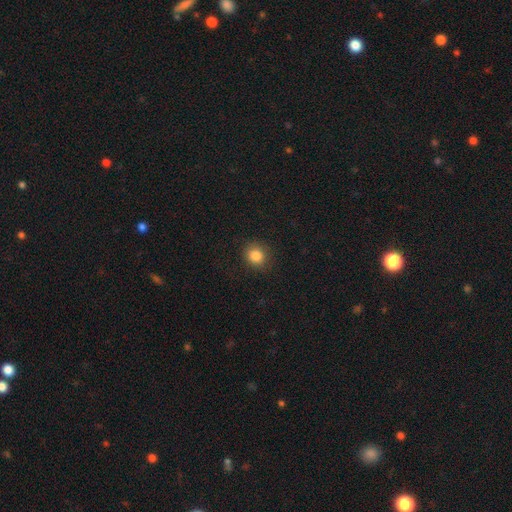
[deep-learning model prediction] smooth 84%, star or artifact 11%, featured or disk 5%. Down the decision tree: how rounded — round (80%); merging — none (86%).